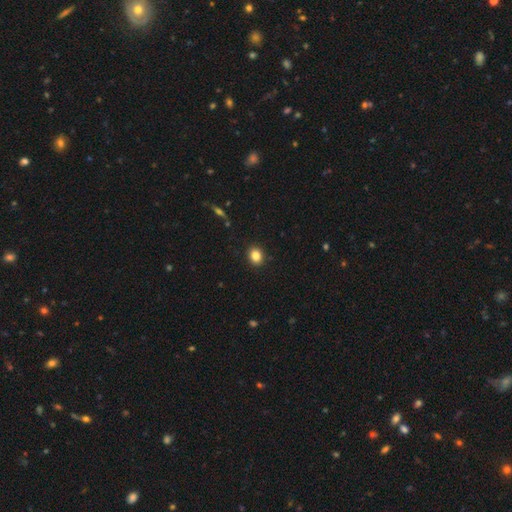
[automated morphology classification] Smooth or featured?
  - smooth: 85% *
  - star or artifact: 10%
  - featured or disk: 5%
How rounded?
  - round: 59% *
  - in between: 40%
  - cigar-shaped: 1%
Merging?
  - none: 90% *
  - minor disturbance: 7%
  - major disturbance: 2%
  - merger: 1%